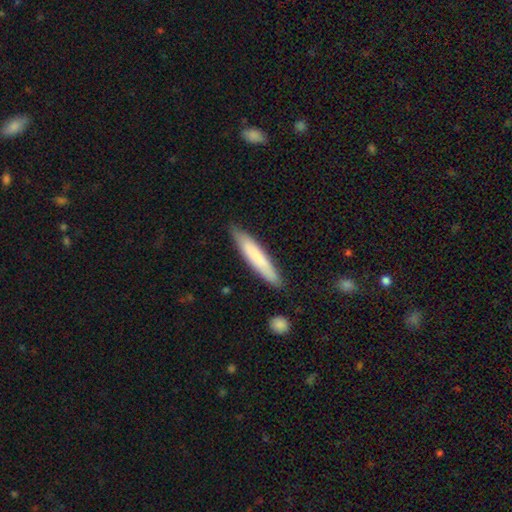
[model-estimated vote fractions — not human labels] Morphology: type=smooth (74%); roundness=cigar-shaped (90%); merging=none (85%).